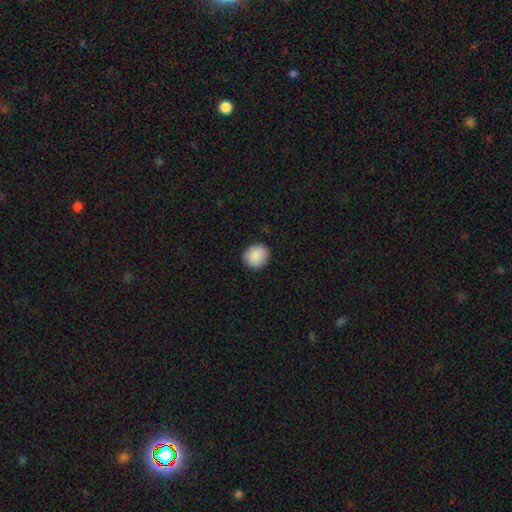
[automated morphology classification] Overall: smooth (89%). How rounded: round (82%). Merging: none (89%).